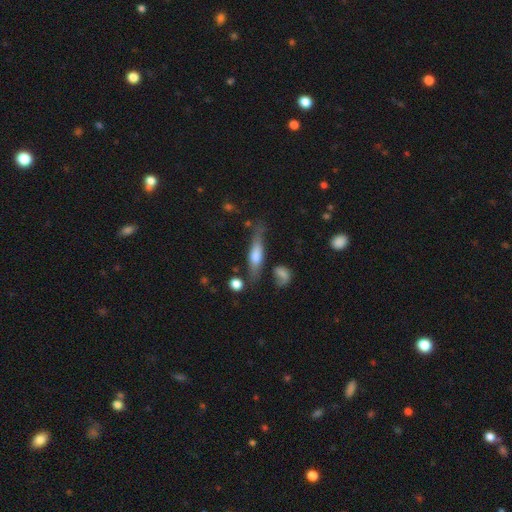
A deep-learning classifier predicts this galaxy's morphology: Overall: smooth (52%; featured or disk 41%). How rounded: cigar-shaped (72%). Merging: none (61%; minor disturbance 23%).